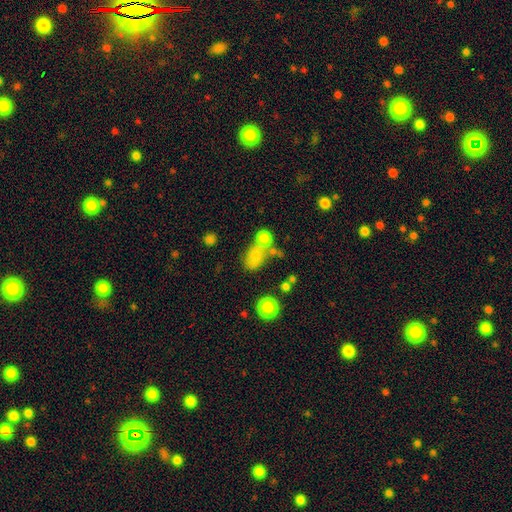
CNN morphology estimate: The model was most divided on "merging": merger: 40%, none: 37%, minor disturbance: 13%, major disturbance: 10%. More confident: smooth or featured — smooth (75%); how rounded — in between (61%).